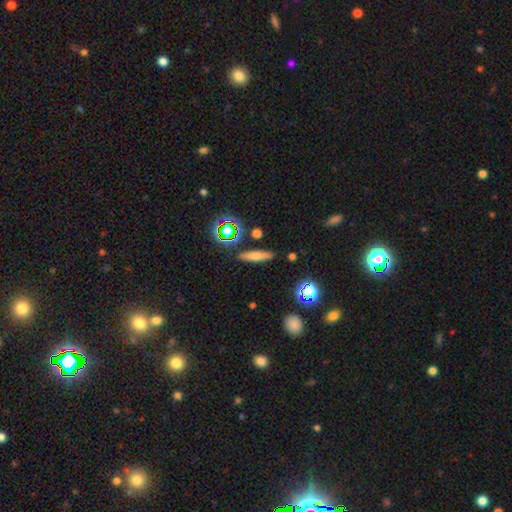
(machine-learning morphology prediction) Smooth or featured: smooth — 62% (featured or disk — 23%)
How rounded: cigar-shaped — 75% (in between — 19%)
Merging: none — 86% (minor disturbance — 8%)